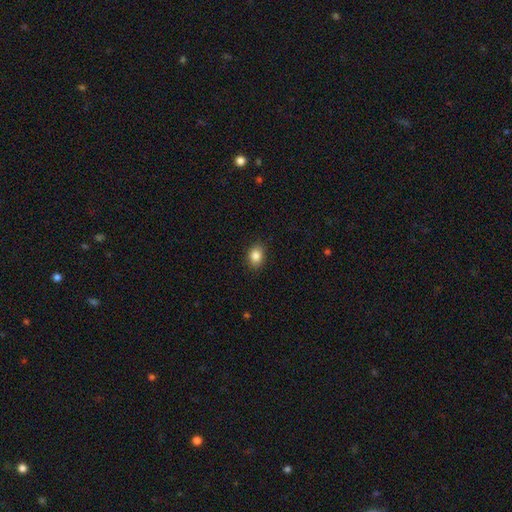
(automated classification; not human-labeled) Smooth or featured? smooth (86%)
How rounded? in between (60%)
Merging? none (87%)